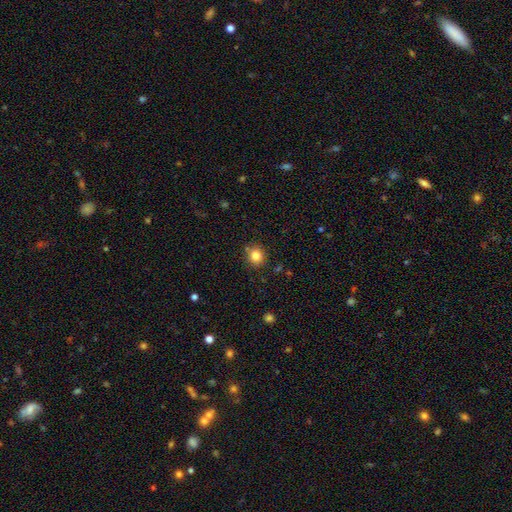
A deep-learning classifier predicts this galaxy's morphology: This appears to be a smooth galaxy with no disk features (82%) that is round (85%). Merging: none (85%).